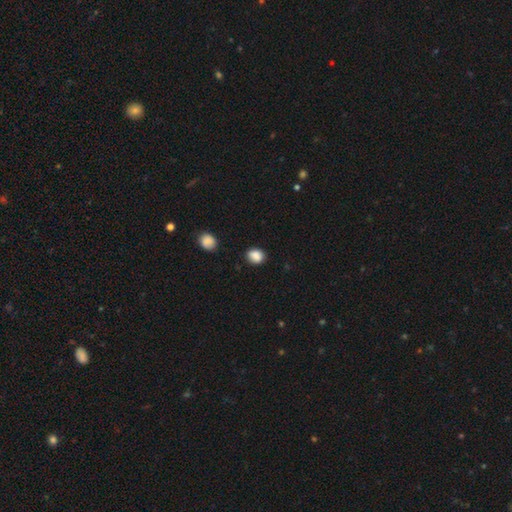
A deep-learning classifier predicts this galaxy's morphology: smooth 87%, star or artifact 10%, featured or disk 4%. Down the decision tree: how rounded — round (57%); merging — none (79%).